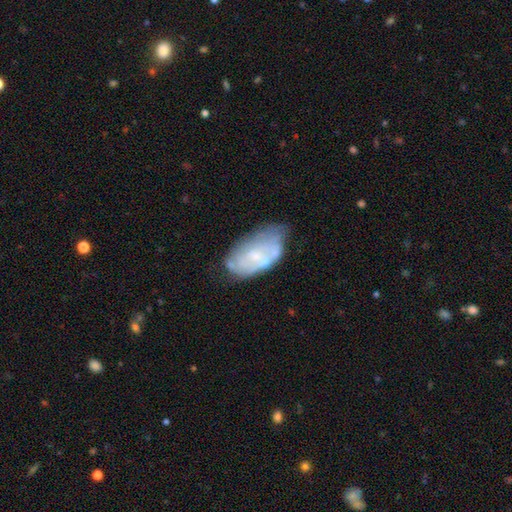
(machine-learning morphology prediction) This is possibly a featured or disk galaxy (56%). It is clearly not viewed edge-on (95%). Bar: clearly no (83%). Spiral arm pattern: likely no (69%). Central bulge: possibly small (54%). Merging: possibly none (46%).